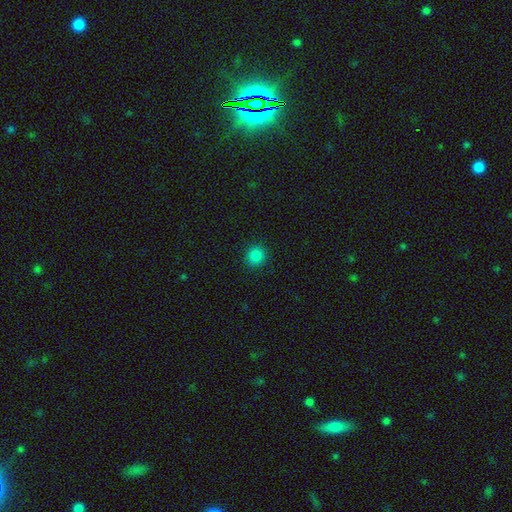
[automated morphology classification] Overall: smooth (84%). How rounded: round (86%). Merging: none (91%).